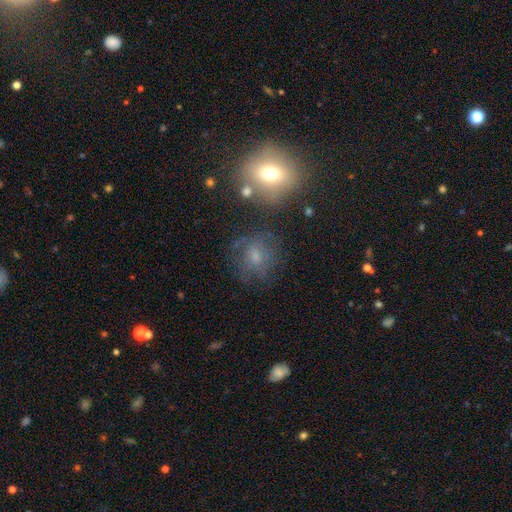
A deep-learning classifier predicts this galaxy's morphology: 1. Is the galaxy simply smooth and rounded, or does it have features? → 48% smooth, 32% featured or disk, 20% star or artifact.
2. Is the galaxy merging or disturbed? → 62% none, 19% minor disturbance, 14% major disturbance, 5% merger.